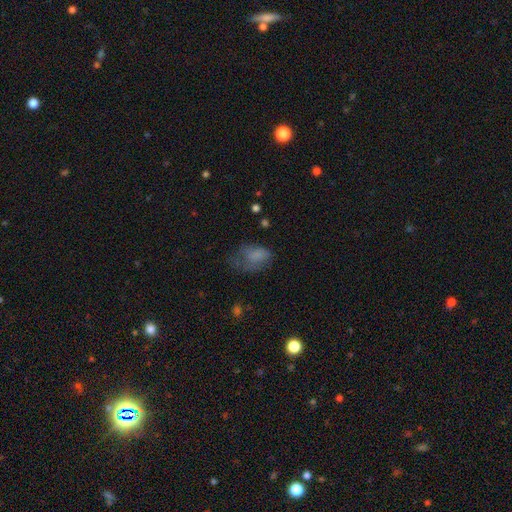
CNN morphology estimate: A smooth galaxy with no disk features (70%) that is in between round and cigar-shaped (85%). Merging: major disturbance (38%).